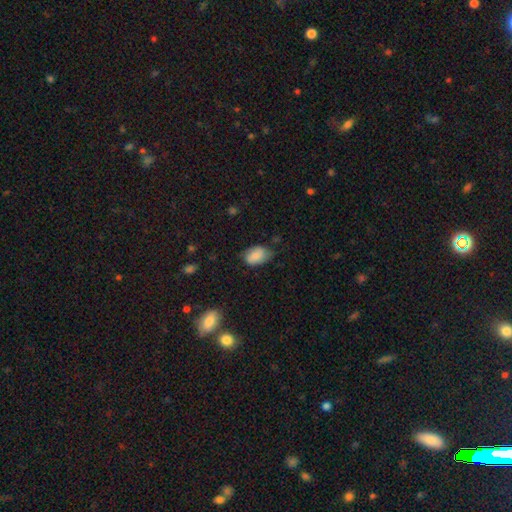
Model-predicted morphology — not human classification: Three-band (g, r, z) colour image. It shows a smooth galaxy with no disk features (80%) that is in between round and cigar-shaped (88%). Merging: none (54%).